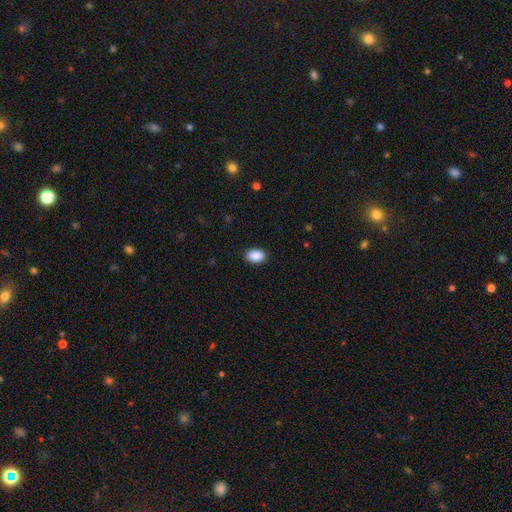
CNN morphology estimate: Q: Smooth or featured?
A: smooth (90%); runner-up: star or artifact (7%)
Q: How rounded?
A: in between (81%); runner-up: round (17%)
Q: Merging?
A: none (89%); runner-up: minor disturbance (8%)